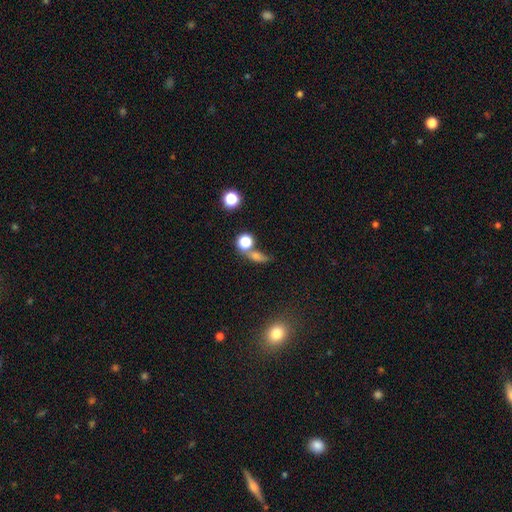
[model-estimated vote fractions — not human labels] Morphology: type=smooth (66%); roundness=in between (45%); merging=none (45%).